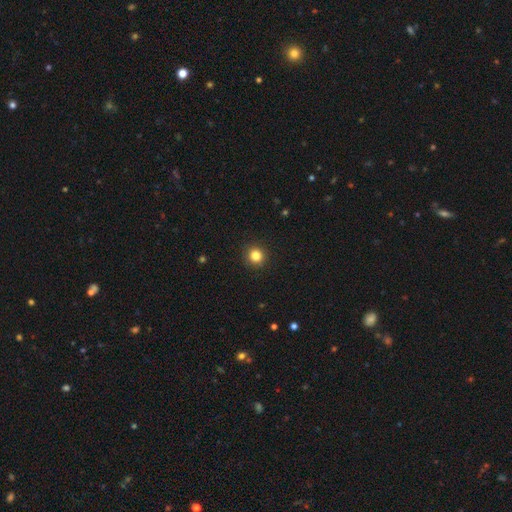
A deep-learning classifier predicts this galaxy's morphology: This is clearly a smooth galaxy (83%). How rounded: clearly round (92%). Merging: clearly none (92%).